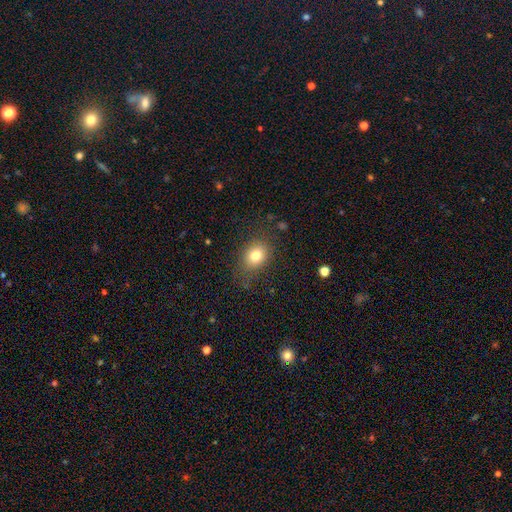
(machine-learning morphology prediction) smooth-or-featured: smooth: 79% | star or artifact: 12% | featured or disk: 10%
  how-rounded: in between: 50% | round: 49% | cigar-shaped: 1%
  merging: none: 79% | minor disturbance: 14% | major disturbance: 6% | merger: 1%